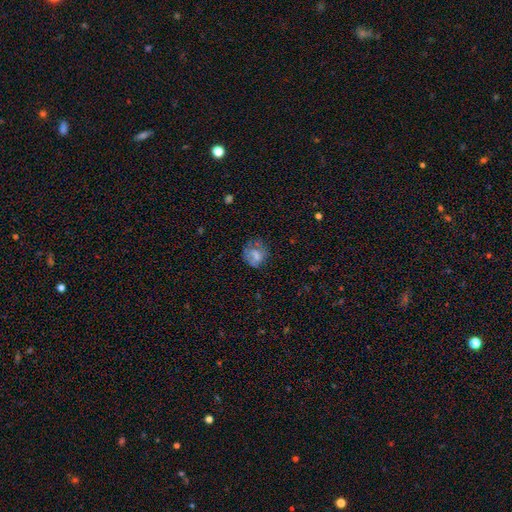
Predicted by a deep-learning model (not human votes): smooth_or_featured: smooth (p=0.61) [alt: featured or disk p=0.26]
how_rounded: round (p=0.69) [alt: in between p=0.30]
merging: none (p=0.53) [alt: minor disturbance p=0.25]